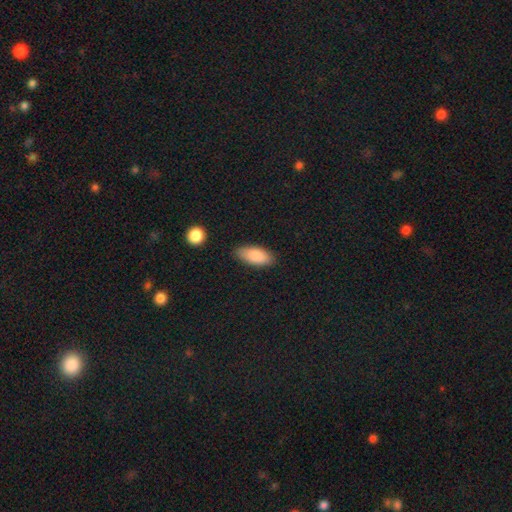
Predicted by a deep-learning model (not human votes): smooth 88%, star or artifact 6%, featured or disk 6%. Down the decision tree: how rounded — in between (88%); merging — none (81%).